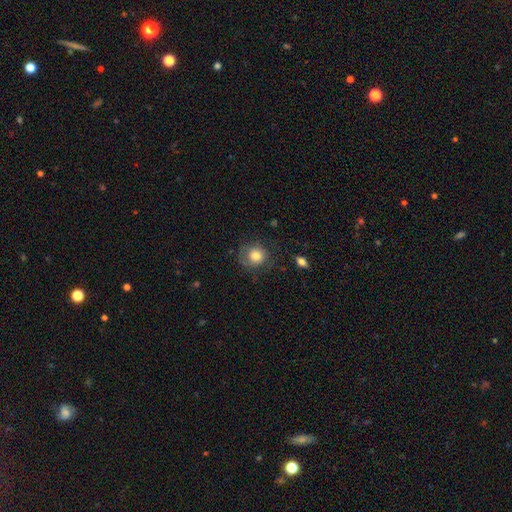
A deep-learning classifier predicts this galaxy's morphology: A smooth galaxy with no disk features (79%) that is round (86%). Merging: none (71%).